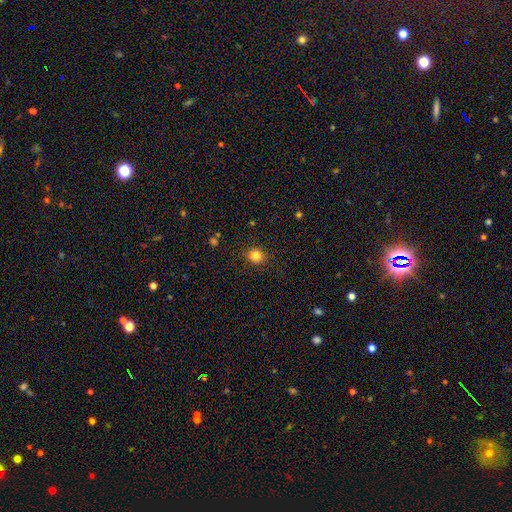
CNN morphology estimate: The model was most divided on "how rounded": round: 81%, in between: 18%, cigar-shaped: 1%. More confident: merging — none (89%); smooth or featured — smooth (83%).